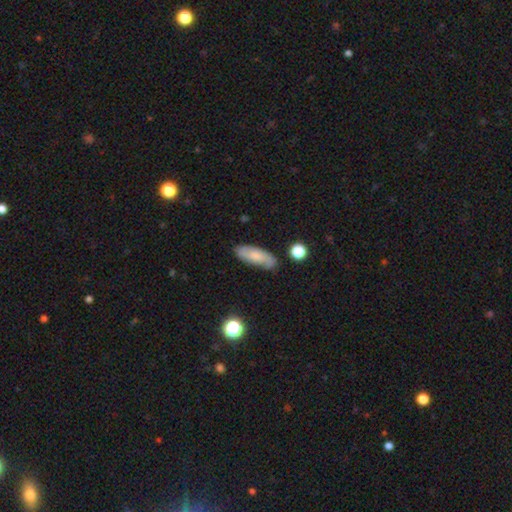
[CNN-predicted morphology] type=smooth (55%); roundness=in between (69%); merging=none (79%).